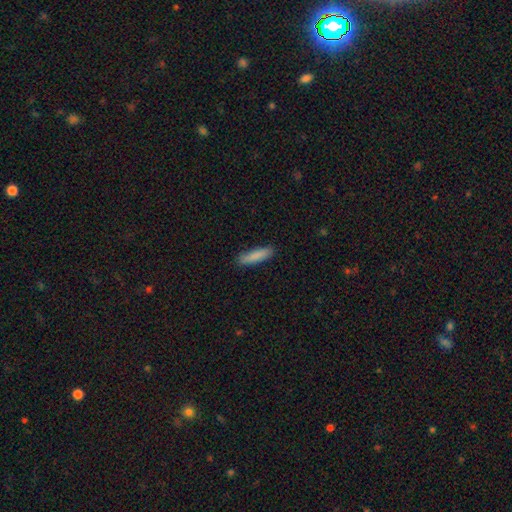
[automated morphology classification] Smooth or featured: smooth — 87% (featured or disk — 8%)
How rounded: cigar-shaped — 77% (in between — 21%)
Merging: none — 87% (minor disturbance — 10%)